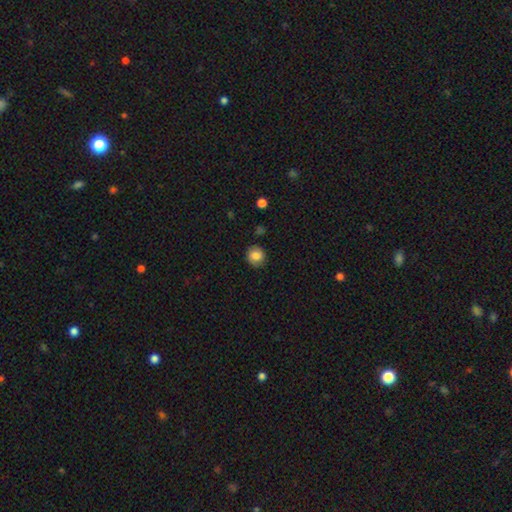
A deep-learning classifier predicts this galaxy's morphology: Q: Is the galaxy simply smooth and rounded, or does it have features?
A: smooth — 84%.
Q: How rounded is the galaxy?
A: round — 86%.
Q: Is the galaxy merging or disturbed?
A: none — 85%.